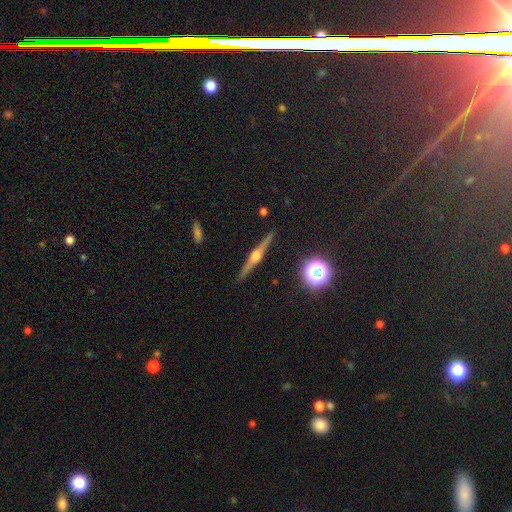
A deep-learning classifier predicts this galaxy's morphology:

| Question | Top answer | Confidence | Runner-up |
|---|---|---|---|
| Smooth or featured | featured or disk | 83% | smooth (9%) |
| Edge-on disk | yes | 98% | no (2%) |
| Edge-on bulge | rounded | 89% | boxy (7%) |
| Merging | none | 92% | minor disturbance (6%) |